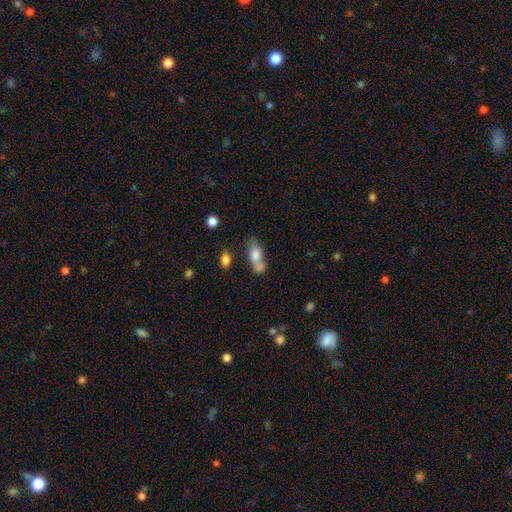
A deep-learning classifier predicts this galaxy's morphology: smooth_or_featured: smooth (p=0.73) [alt: featured or disk p=0.18]
how_rounded: in between (p=0.78) [alt: cigar-shaped p=0.13]
merging: merger (p=0.46) [alt: none p=0.32]